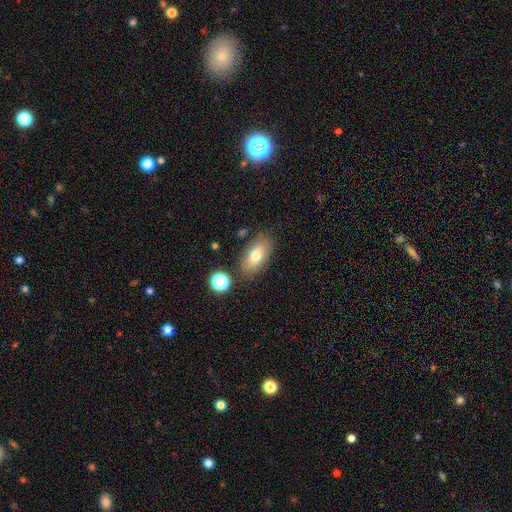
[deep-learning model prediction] smooth 74%, featured or disk 17%, star or artifact 9%. Down the decision tree: how rounded — in between (88%); merging — none (80%).